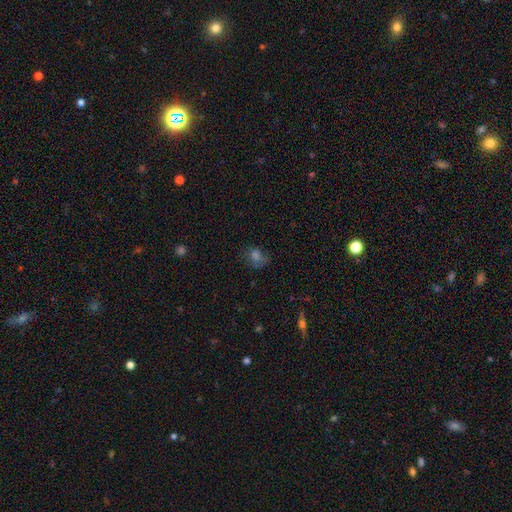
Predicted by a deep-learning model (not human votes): The model was most divided on "how rounded": round: 58%, in between: 41%, cigar-shaped: 2%. More confident: merging — none (64%); smooth or featured — smooth (56%).